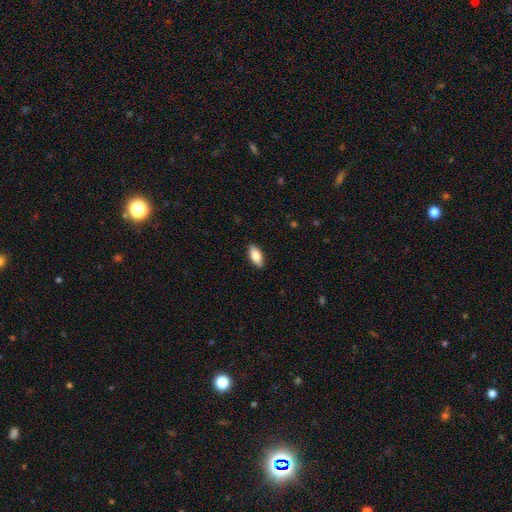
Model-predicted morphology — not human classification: A smooth galaxy with no disk features (82%) that is in between round and cigar-shaped (84%). Merging: none (89%).